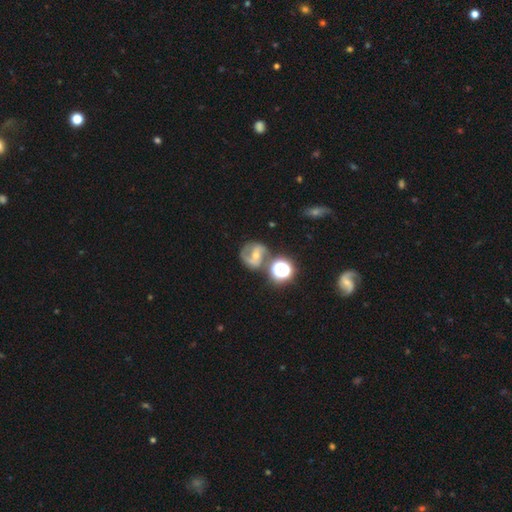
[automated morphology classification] type=featured or disk (72%); edge-on=no (97%); bar=weak (39%); spiral arms=yes (92%); winding=medium (54%); arm count=2 (83%); bulge=small (51%); merging=none (65%).